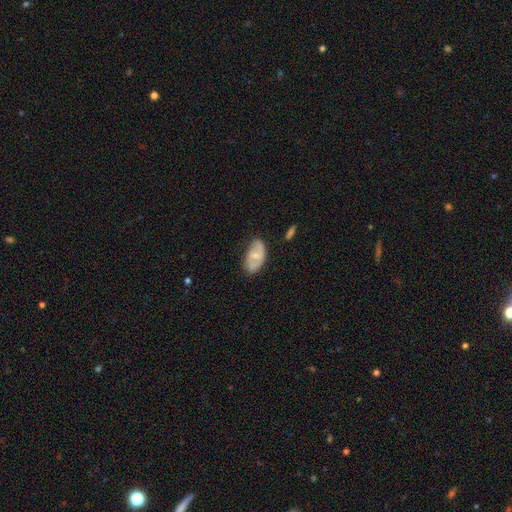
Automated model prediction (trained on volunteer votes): Overall: smooth (54%; featured or disk 40%). How rounded: in between (93%). Merging: none (61%; minor disturbance 29%).